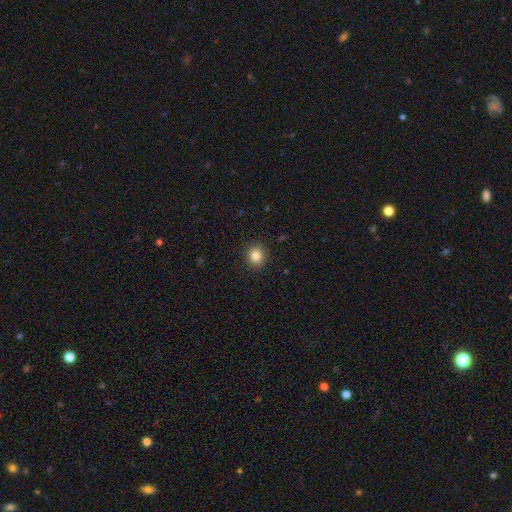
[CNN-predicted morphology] smooth-or-featured: smooth: 84% | star or artifact: 11% | featured or disk: 5%
  how-rounded: round: 86% | in between: 13% | cigar-shaped: 1%
  merging: none: 91% | minor disturbance: 6% | major disturbance: 2% | merger: 1%